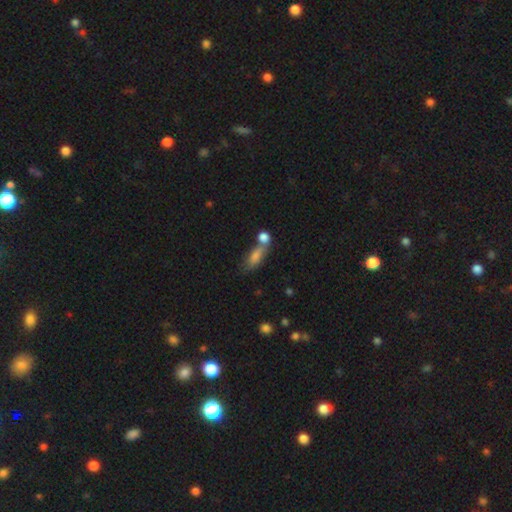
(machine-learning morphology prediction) A smooth galaxy with no disk features (75%) that is in between round and cigar-shaped (67%). Merging: merger (40%).